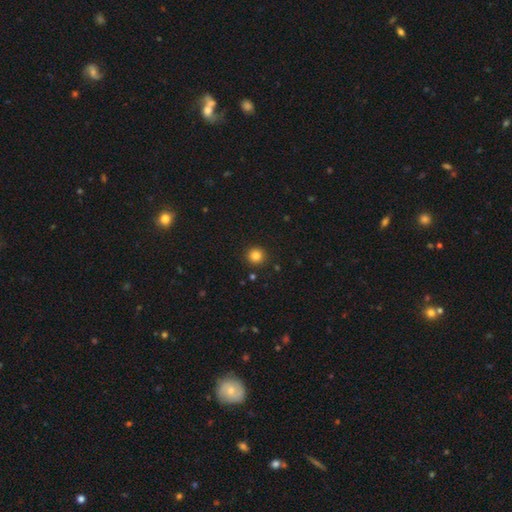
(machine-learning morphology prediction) Overall: smooth (84%). How rounded: round (95%). Merging: none (92%).